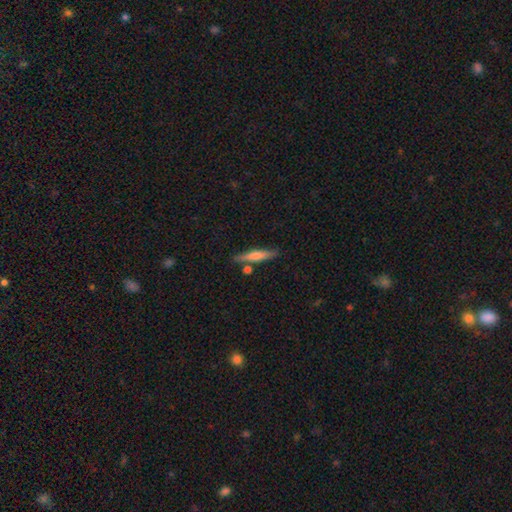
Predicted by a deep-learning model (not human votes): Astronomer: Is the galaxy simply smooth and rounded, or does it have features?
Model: smooth — 53% (runner-up: featured or disk, 41%).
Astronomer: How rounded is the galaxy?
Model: cigar-shaped — 89%.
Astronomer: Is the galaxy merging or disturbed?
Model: none — 80%.